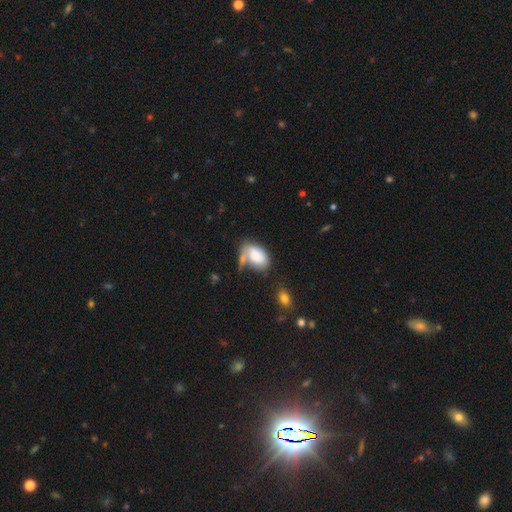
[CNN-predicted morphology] Smooth or featured? smooth (80%)
How rounded? in between (92%)
Merging? none (39%)